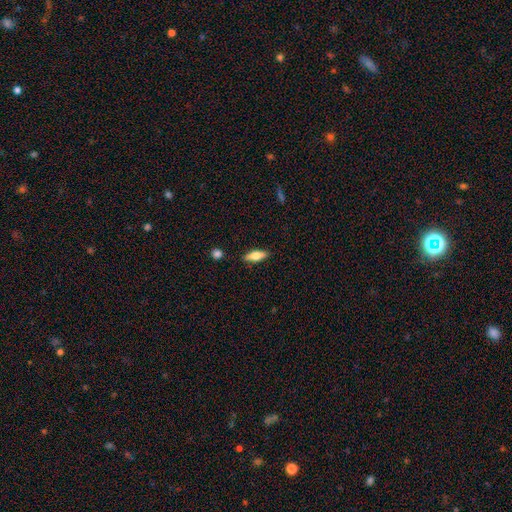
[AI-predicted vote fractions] The model was most divided on "how rounded": in between: 61%, cigar-shaped: 36%, round: 3%. More confident: merging — none (86%); smooth or featured — smooth (64%).